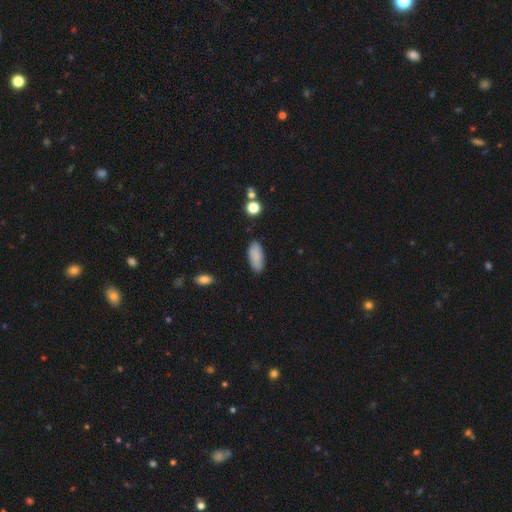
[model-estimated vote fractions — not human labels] Overall: smooth (86%). How rounded: in between (85%). Merging: none (84%).